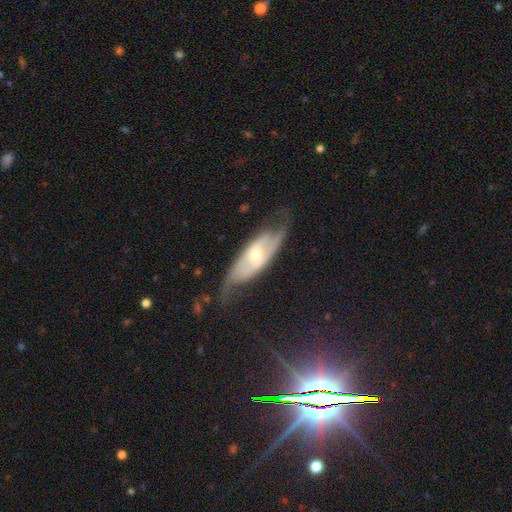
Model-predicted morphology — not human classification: Smooth or featured?
  - featured or disk: 75% *
  - smooth: 18%
  - star or artifact: 7%
Edge-on disk?
  - no: 84% *
  - yes: 16%
Bar?
  - no: 46% *
  - weak: 36%
  - strong: 19%
Spiral arms?
  - yes: 87% *
  - no: 13%
Spiral winding?
  - loose: 39% *
  - medium: 38%
  - tight: 23%
Spiral arm count?
  - 2: 80% *
  - can't tell: 13%
  - 1: 3%
  - 3: 2%
  - 4: 1%
  - more than 4: 1%
Bulge size?
  - small: 56% *
  - moderate: 40%
  - large: 2%
  - none: 1%
  - dominant: 1%
Merging?
  - none: 64% *
  - minor disturbance: 21%
  - major disturbance: 13%
  - merger: 2%